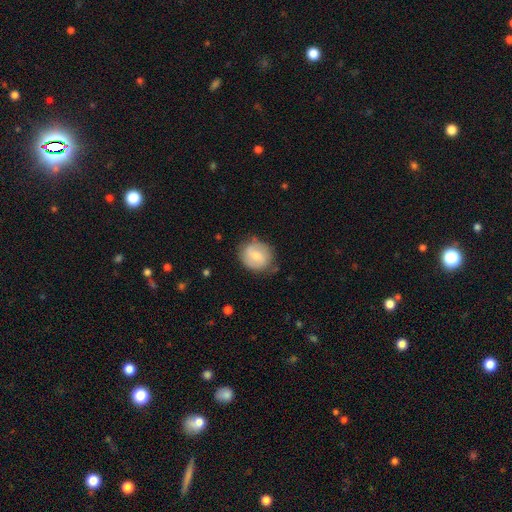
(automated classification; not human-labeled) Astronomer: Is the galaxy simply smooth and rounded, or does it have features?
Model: smooth — 55% (runner-up: featured or disk, 39%).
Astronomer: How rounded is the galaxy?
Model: round — 73%.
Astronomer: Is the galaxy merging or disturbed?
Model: none — 74%.